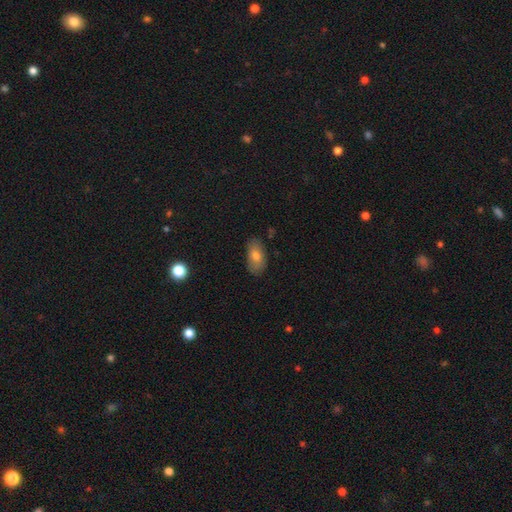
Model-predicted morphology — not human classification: smooth 77%, featured or disk 15%, star or artifact 8%. Down the decision tree: how rounded — in between (92%); merging — none (81%).